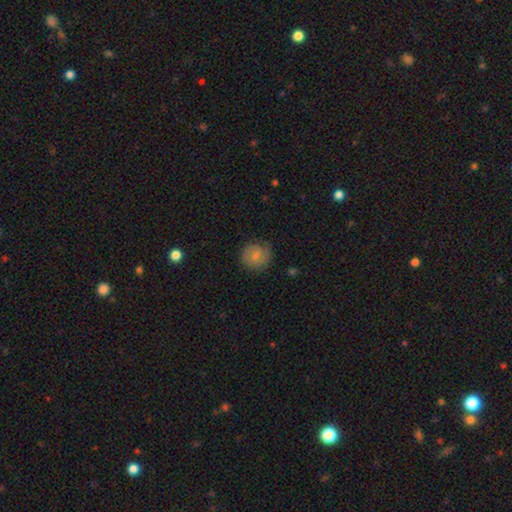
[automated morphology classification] smooth-or-featured: smooth: 65% | featured or disk: 27% | star or artifact: 8%
  how-rounded: round: 87% | in between: 12% | cigar-shaped: 1%
  merging: none: 70% | minor disturbance: 22% | major disturbance: 7% | merger: 1%